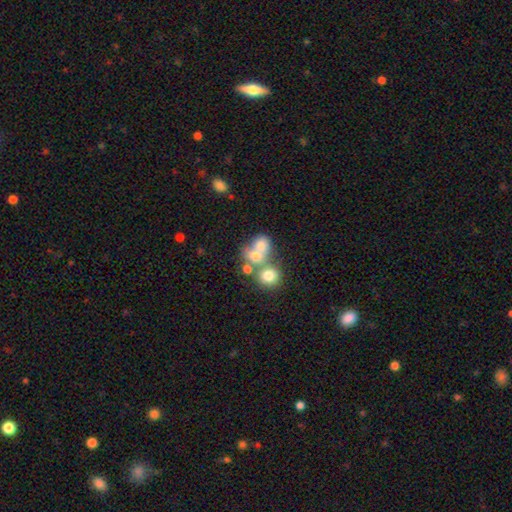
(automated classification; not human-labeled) A smooth galaxy with no disk features (67%) that is round (67%).

Vote fractions:
- Smooth or featured? smooth: 67% / featured or disk: 19% / star or artifact: 13%
- How rounded? round: 67% / in between: 32% / cigar-shaped: 1%
- Merging? merger: 54% / none: 32% / minor disturbance: 8% / major disturbance: 6%